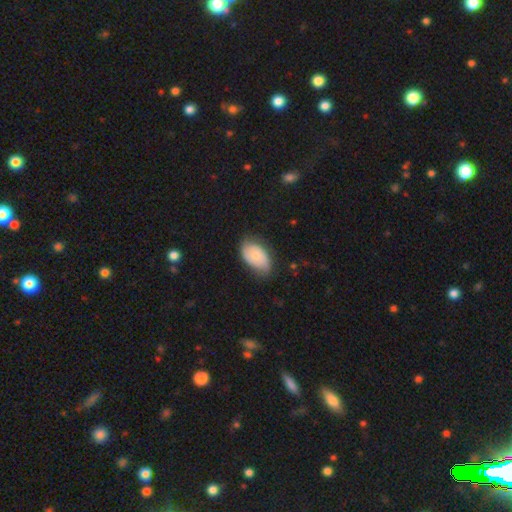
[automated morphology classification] A featured or disk galaxy (48%).

Vote fractions:
- Smooth or featured? featured or disk: 48% / smooth: 46% / star or artifact: 6%
- Merging? none: 66% / minor disturbance: 27% / major disturbance: 6% / merger: 1%